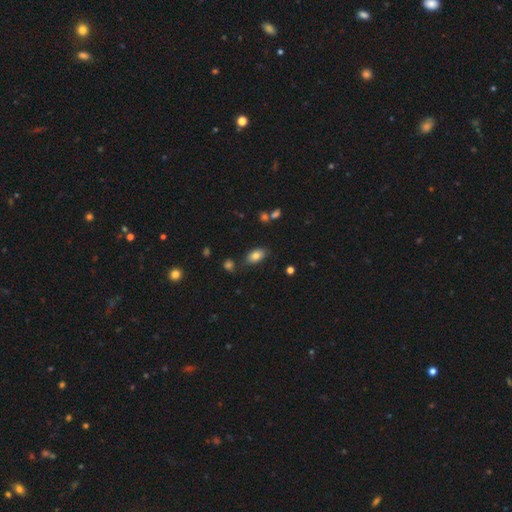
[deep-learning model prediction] smooth-or-featured: smooth: 81% | featured or disk: 10% | star or artifact: 9%
  how-rounded: in between: 91% | round: 6% | cigar-shaped: 2%
  merging: none: 78% | minor disturbance: 14% | merger: 5% | major disturbance: 3%